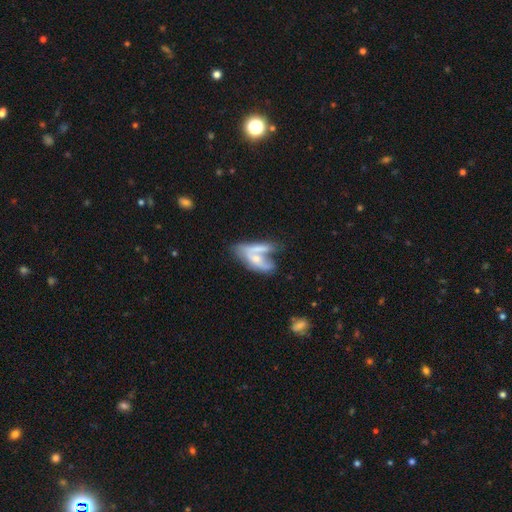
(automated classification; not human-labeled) Smooth or featured? featured or disk (47%)
Merging? merger (51%)